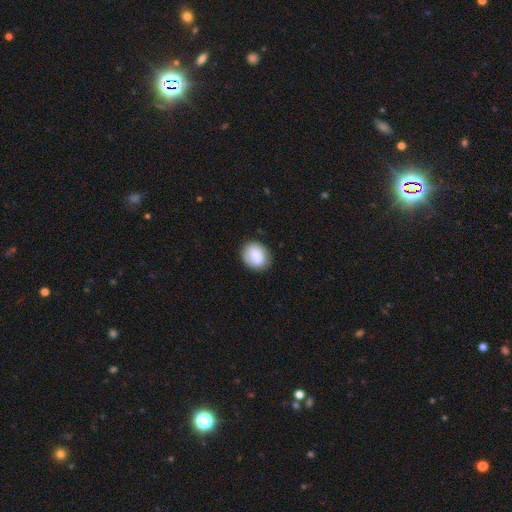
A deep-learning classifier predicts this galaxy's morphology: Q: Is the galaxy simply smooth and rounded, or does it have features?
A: smooth — 85%.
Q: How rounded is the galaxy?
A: round — 51%.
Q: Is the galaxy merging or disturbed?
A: none — 81%.